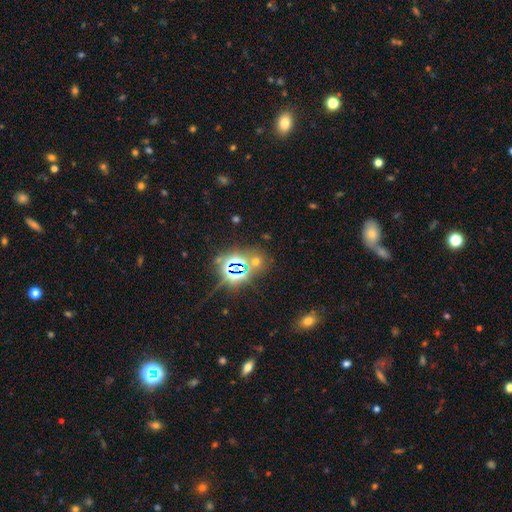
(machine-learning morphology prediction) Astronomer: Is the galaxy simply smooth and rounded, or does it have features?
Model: star or artifact — 75%.